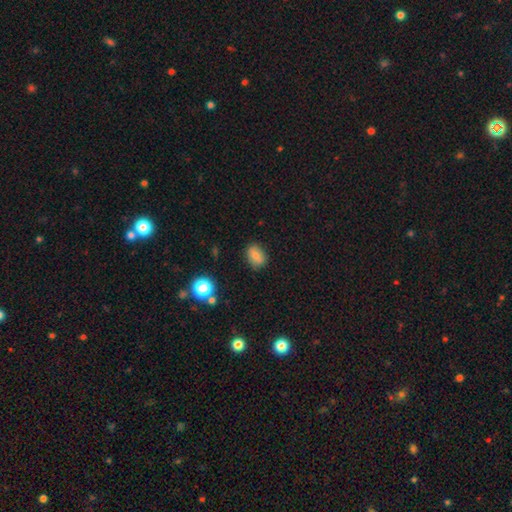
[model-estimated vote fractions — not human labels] smooth_or_featured: smooth (p=0.77) [alt: featured or disk p=0.11]
how_rounded: in between (p=0.73) [alt: round p=0.25]
merging: none (p=0.81) [alt: minor disturbance p=0.14]